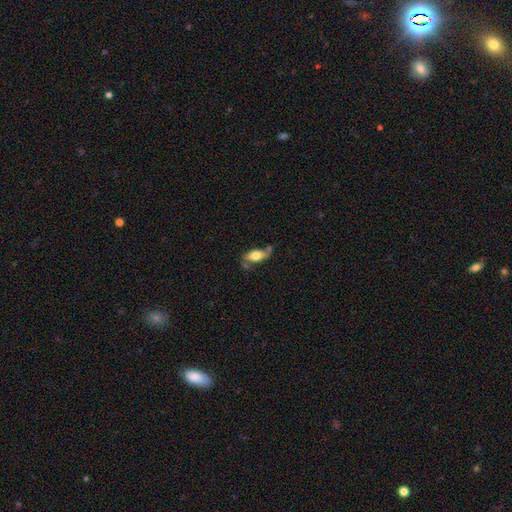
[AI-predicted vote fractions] Smooth or featured: smooth — 51% (featured or disk — 42%)
How rounded: in between — 81% (cigar-shaped — 14%)
Merging: none — 49% (minor disturbance — 27%)